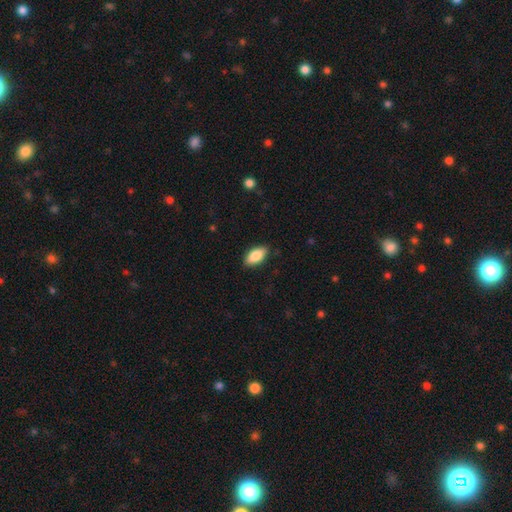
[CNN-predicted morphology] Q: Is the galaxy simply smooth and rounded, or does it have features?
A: smooth — 82%.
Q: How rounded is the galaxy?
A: in between — 88%.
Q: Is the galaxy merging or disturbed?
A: none — 87%.